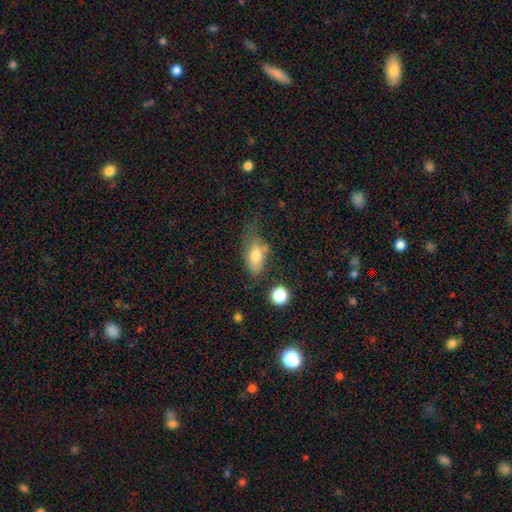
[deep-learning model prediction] Smooth or featured: smooth — 73% (featured or disk — 17%)
How rounded: in between — 84% (cigar-shaped — 10%)
Merging: none — 41% (minor disturbance — 31%)